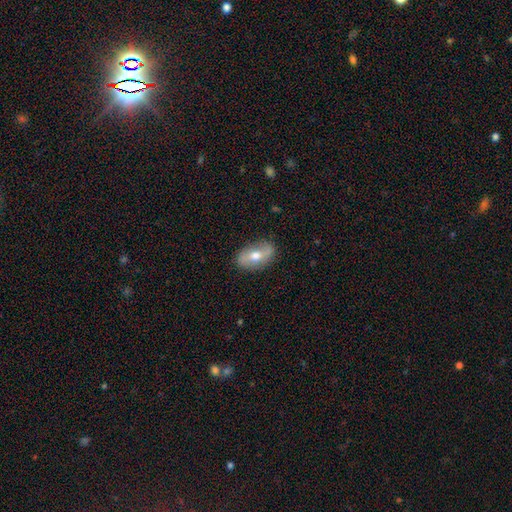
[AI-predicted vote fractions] smooth_or_featured: featured or disk (p=0.47) [alt: smooth p=0.46]
merging: none (p=0.83) [alt: minor disturbance p=0.13]